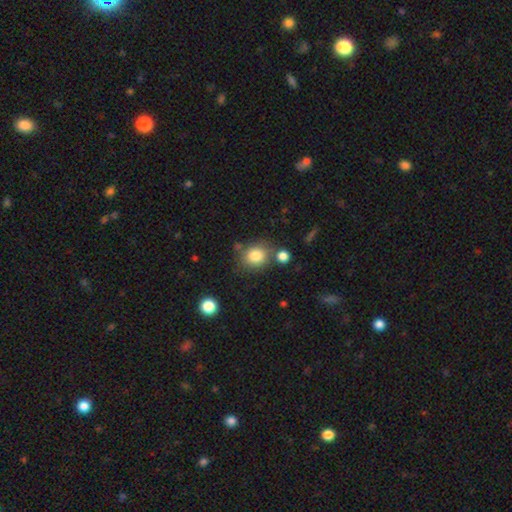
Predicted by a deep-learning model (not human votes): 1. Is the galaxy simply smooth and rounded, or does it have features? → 82% smooth, 10% star or artifact, 8% featured or disk.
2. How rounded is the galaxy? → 75% round, 24% in between, 1% cigar-shaped.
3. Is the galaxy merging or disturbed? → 70% none, 13% merger, 12% minor disturbance, 4% major disturbance.